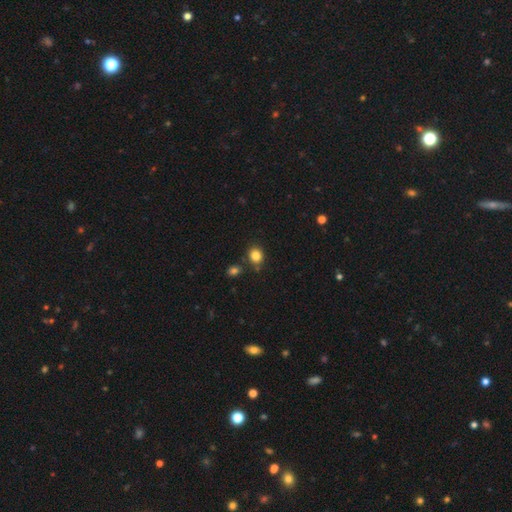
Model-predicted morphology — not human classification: Overall: smooth (84%). How rounded: round (74%). Merging: none (79%).